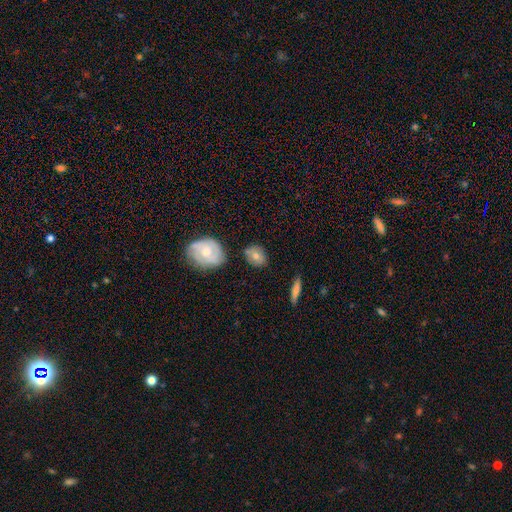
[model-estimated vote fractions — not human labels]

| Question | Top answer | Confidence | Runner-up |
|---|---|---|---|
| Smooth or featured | smooth | 70% | featured or disk (23%) |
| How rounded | in between | 53% | round (45%) |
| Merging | none | 73% | minor disturbance (17%) |